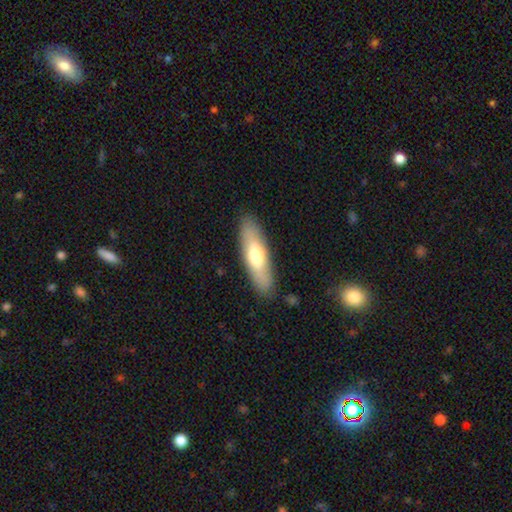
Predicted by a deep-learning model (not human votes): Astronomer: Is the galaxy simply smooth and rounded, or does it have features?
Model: smooth — 63%.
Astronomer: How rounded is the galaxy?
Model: cigar-shaped — 50% (runner-up: in between, 48%).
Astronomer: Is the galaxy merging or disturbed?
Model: none — 87%.